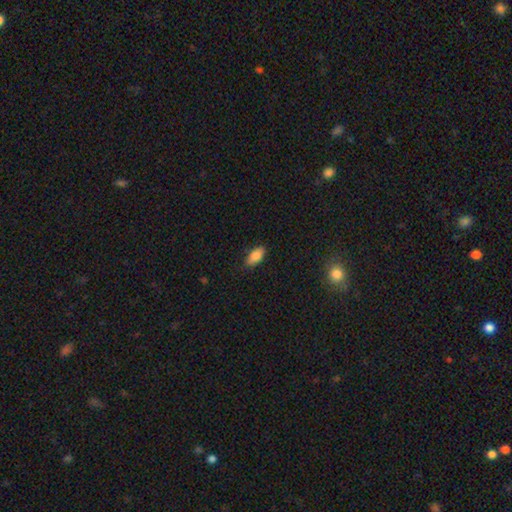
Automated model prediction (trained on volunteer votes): This is clearly a smooth galaxy (83%). How rounded: clearly in between (88%). Merging: clearly none (81%).